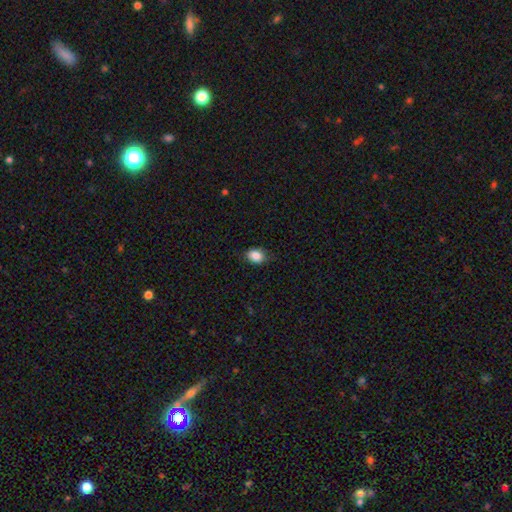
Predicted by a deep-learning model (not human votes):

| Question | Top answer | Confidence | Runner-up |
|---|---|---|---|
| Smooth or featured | smooth | 87% | star or artifact (9%) |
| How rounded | in between | 69% | round (30%) |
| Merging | none | 75% | minor disturbance (20%) |